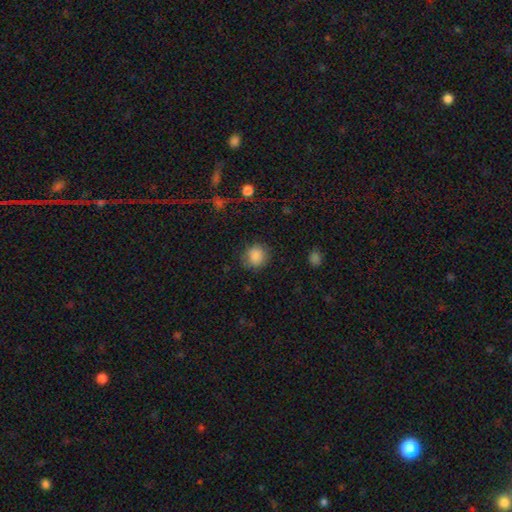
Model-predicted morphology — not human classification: This appears to be a smooth galaxy with no disk features (87%) that is round (83%). Merging: none (82%).